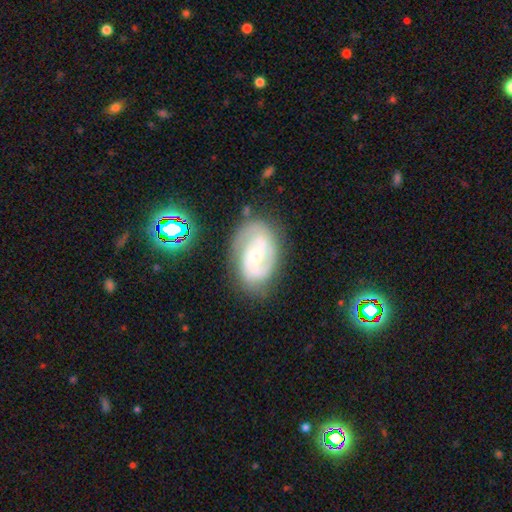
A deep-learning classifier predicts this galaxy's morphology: Smooth or featured?
  - featured or disk: 82% *
  - smooth: 12%
  - star or artifact: 6%
Edge-on disk?
  - no: 97% *
  - yes: 3%
Bar?
  - no: 50% *
  - weak: 40%
  - strong: 10%
Spiral arms?
  - yes: 95% *
  - no: 5%
Spiral winding?
  - medium: 45% *
  - tight: 42%
  - loose: 13%
Spiral arm count?
  - 2: 77% *
  - can't tell: 11%
  - 3: 6%
  - 1: 3%
  - 4: 2%
  - more than 4: 1%
Bulge size?
  - small: 55% *
  - moderate: 40%
  - large: 3%
  - none: 2%
  - dominant: 1%
Merging?
  - none: 75% *
  - minor disturbance: 17%
  - major disturbance: 6%
  - merger: 2%